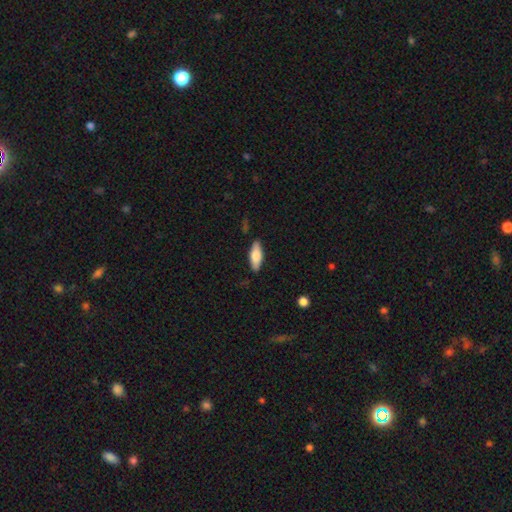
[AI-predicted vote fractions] Morphology: type=smooth (70%); roundness=in between (66%); merging=none (87%).